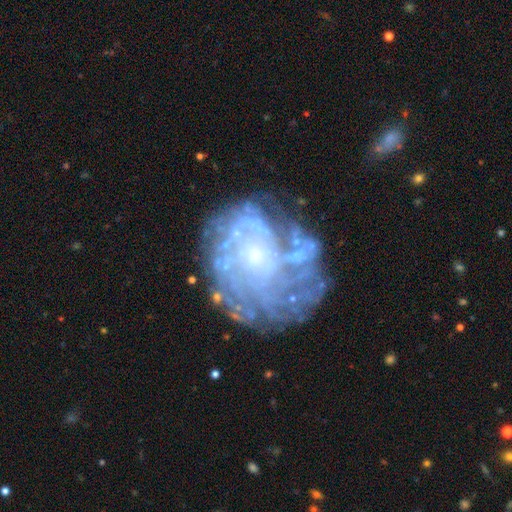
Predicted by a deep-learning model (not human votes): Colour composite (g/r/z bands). It shows a featured or disk galaxy (81%) with no bar (80%), tight (67%) spiral arms (82%) and a small central bulge (71%). Merging: none (56%).